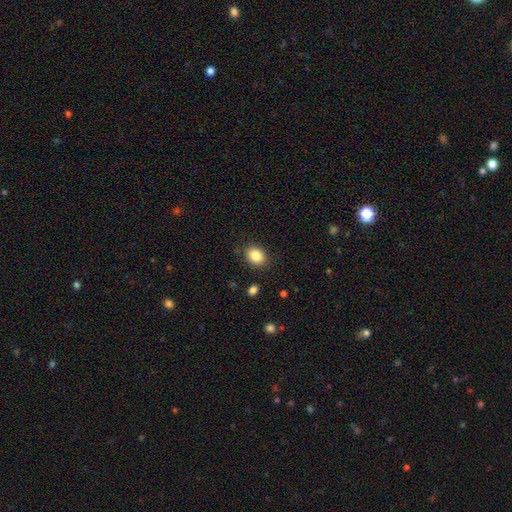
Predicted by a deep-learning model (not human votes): A smooth galaxy with no disk features (86%) that is in between round and cigar-shaped (55%). Merging: none (85%).